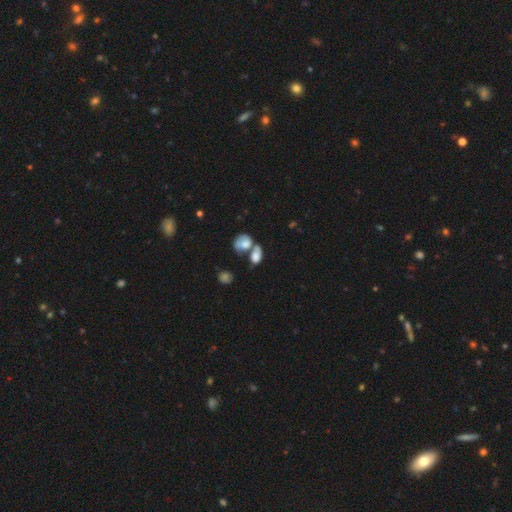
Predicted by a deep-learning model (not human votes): Morphology: type=smooth (71%); roundness=in between (76%); merging=merger (56%).